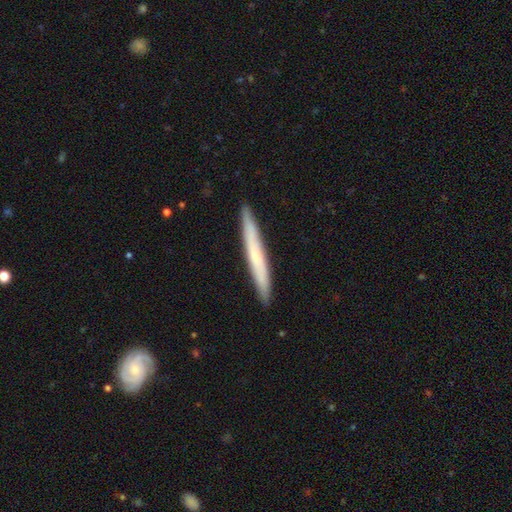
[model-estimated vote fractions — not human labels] This is possibly a smooth galaxy (48%). Merging: clearly none (91%).